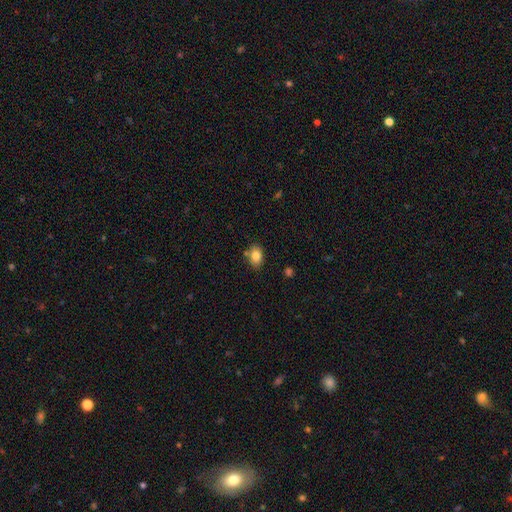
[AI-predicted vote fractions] Smooth or featured? Predicted: smooth (p=0.83). How rounded? Predicted: in between (p=0.78). Merging? Predicted: none (p=0.75).